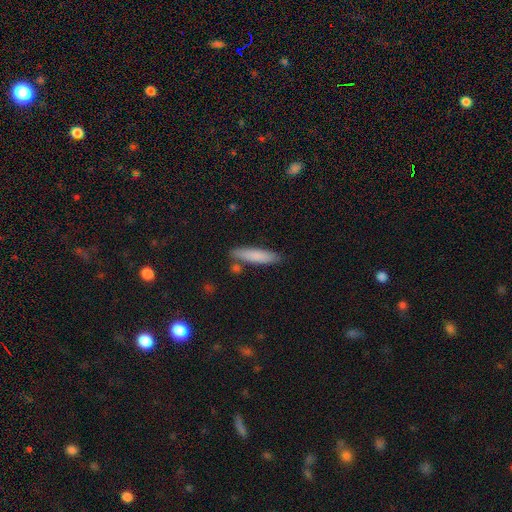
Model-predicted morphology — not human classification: The model was most divided on "smooth or featured": smooth: 80%, featured or disk: 14%, star or artifact: 6%. More confident: how rounded — cigar-shaped (83%); merging — none (81%).